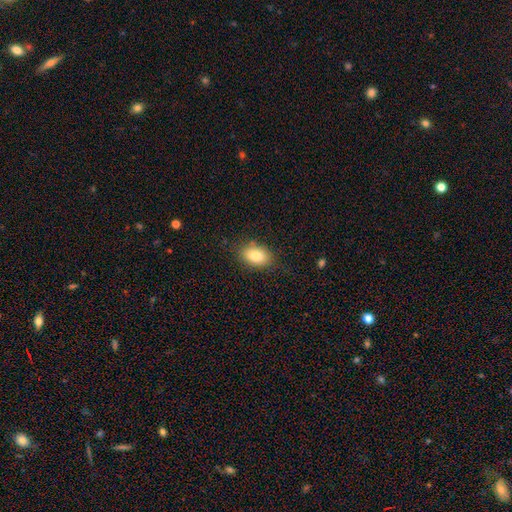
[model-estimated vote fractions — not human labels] Overall: smooth (84%). How rounded: in between (89%). Merging: none (81%).